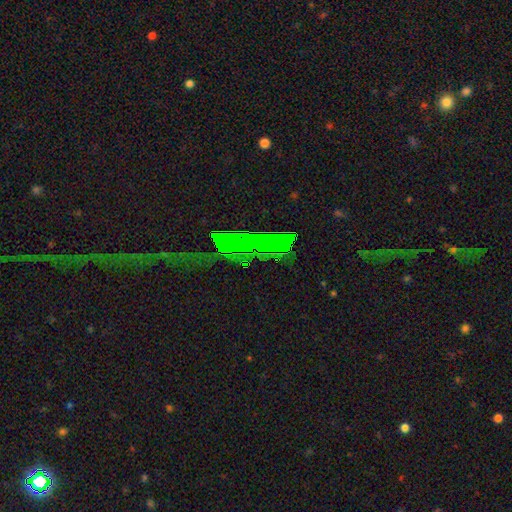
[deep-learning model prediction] Q: Smooth or featured?
A: star or artifact (73%); runner-up: featured or disk (14%)